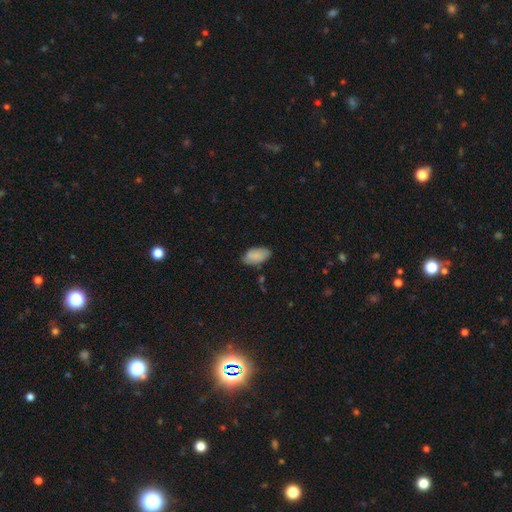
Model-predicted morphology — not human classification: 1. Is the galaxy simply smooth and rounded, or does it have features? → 84% smooth, 9% featured or disk, 7% star or artifact.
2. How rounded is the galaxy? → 94% in between, 4% round, 2% cigar-shaped.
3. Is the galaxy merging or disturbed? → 73% none, 22% minor disturbance, 4% major disturbance, 2% merger.